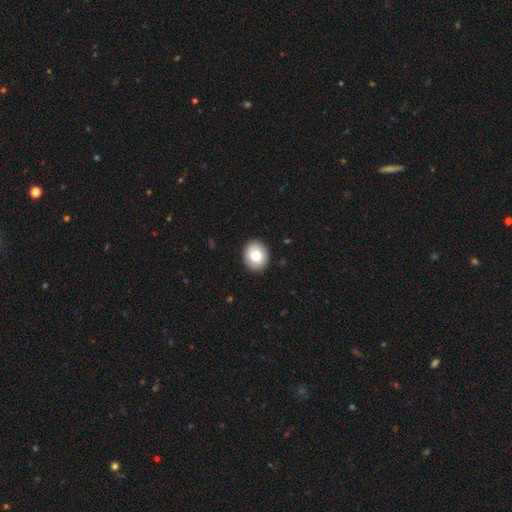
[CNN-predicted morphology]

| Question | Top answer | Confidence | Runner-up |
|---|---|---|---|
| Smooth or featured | smooth | 83% | featured or disk (10%) |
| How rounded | round | 62% | in between (37%) |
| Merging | none | 89% | minor disturbance (8%) |